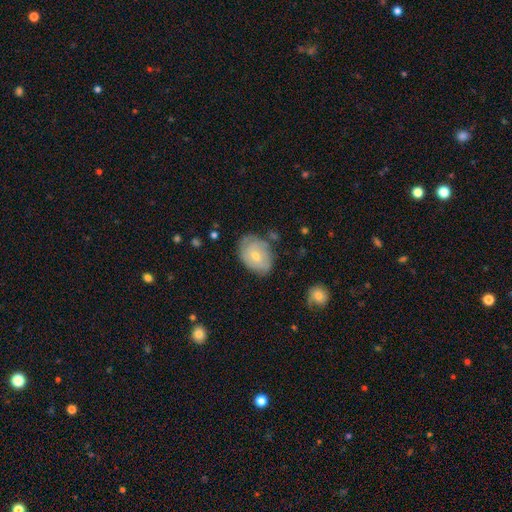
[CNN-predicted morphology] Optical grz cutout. It shows a smooth galaxy with no disk features (51%) that is in between round and cigar-shaped (73%). Merging: none (65%).